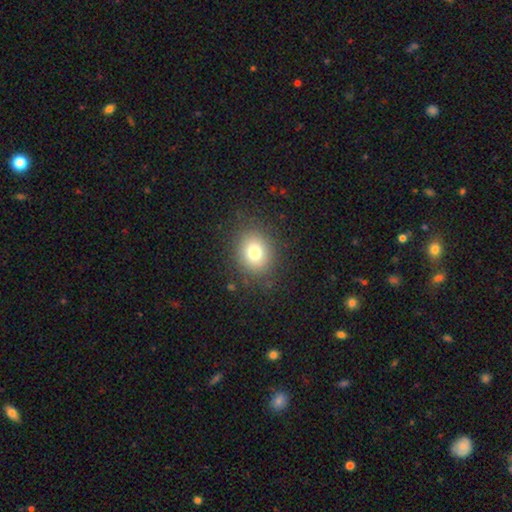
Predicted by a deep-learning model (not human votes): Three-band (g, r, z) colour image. It shows a smooth galaxy with no disk features (79%) that is round (55%). Merging: none (87%).